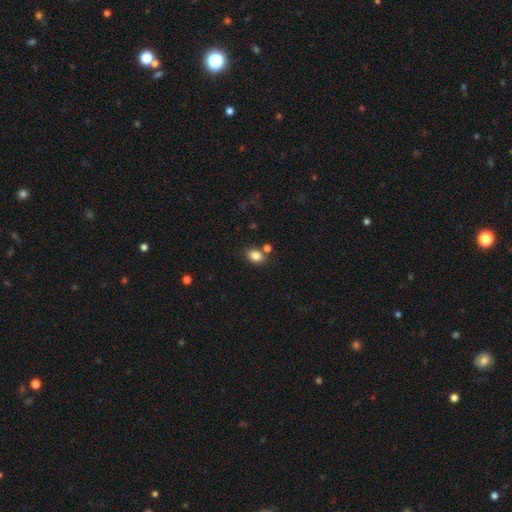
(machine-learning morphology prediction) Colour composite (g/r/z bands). It shows a smooth galaxy with no disk features (83%) that is in between round and cigar-shaped (65%). Merging: none (73%).